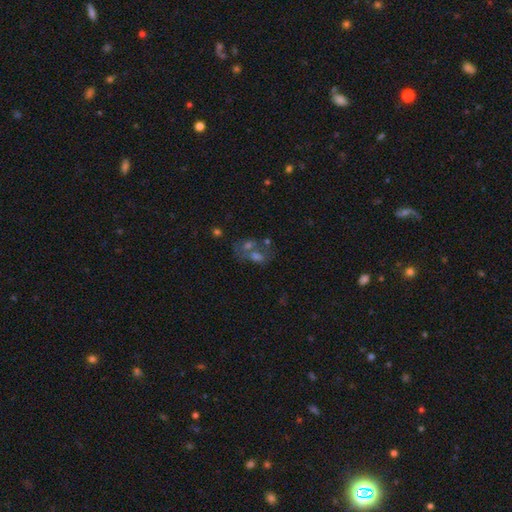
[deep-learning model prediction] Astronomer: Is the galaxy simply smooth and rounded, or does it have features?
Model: smooth — 40% (runner-up: featured or disk, 34%).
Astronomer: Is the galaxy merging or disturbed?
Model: merger — 46% (runner-up: none, 31%).